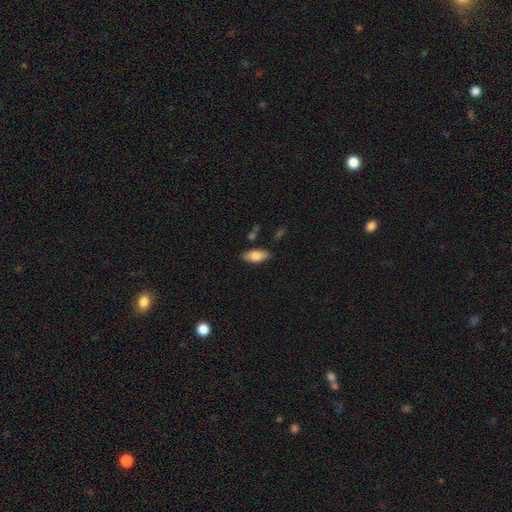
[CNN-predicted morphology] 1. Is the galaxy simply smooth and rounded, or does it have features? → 79% smooth, 15% featured or disk, 6% star or artifact.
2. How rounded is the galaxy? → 88% in between, 10% cigar-shaped, 2% round.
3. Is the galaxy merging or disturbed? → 83% none, 11% minor disturbance, 3% merger, 2% major disturbance.